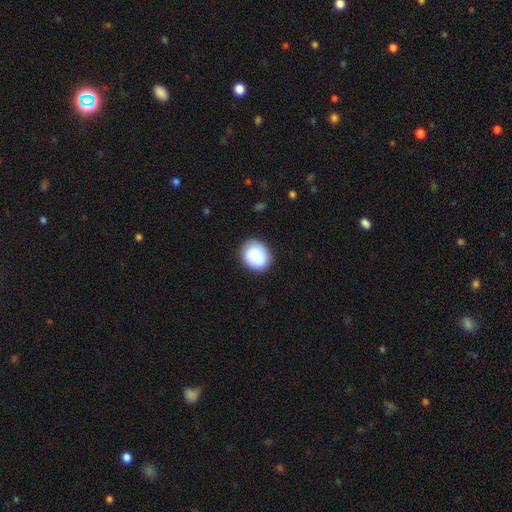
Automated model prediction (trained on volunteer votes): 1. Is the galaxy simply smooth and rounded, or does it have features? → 88% smooth, 7% star or artifact, 5% featured or disk.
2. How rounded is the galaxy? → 66% round, 34% in between, 1% cigar-shaped.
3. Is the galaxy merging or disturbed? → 85% none, 11% minor disturbance, 3% major disturbance, 1% merger.